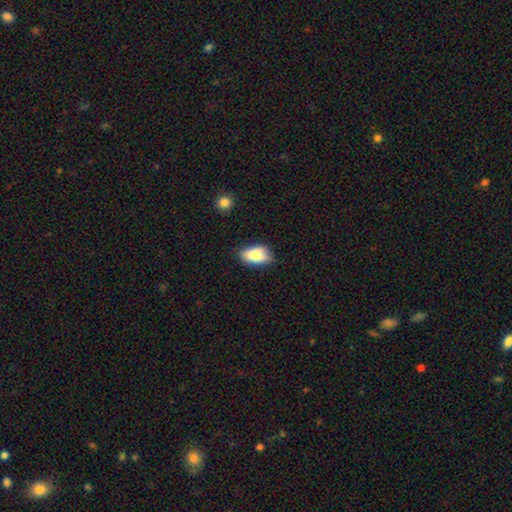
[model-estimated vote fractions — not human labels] This is clearly a smooth galaxy (80%). How rounded: clearly in between (90%). Merging: likely none (74%).